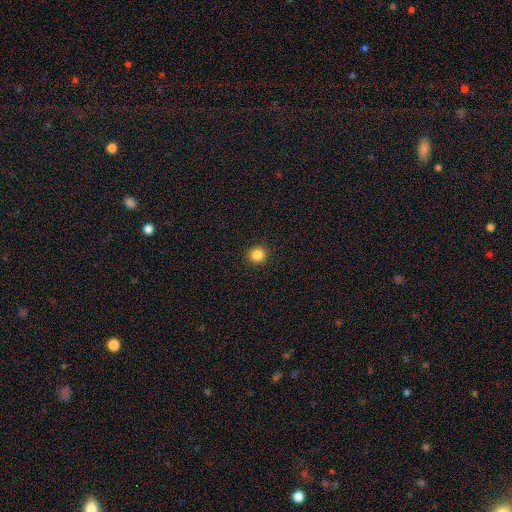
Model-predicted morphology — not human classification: This appears to be a smooth galaxy with no disk features (85%) that is round (92%). Merging: none (93%).